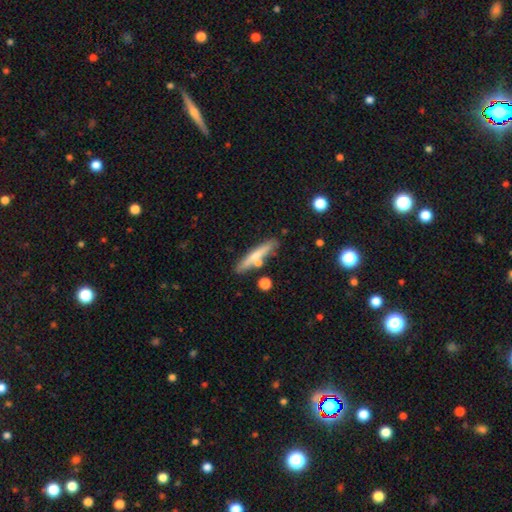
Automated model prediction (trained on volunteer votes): smooth-or-featured: smooth: 60% | featured or disk: 34% | star or artifact: 7%
  how-rounded: cigar-shaped: 89% | in between: 8% | round: 2%
  merging: none: 75% | minor disturbance: 12% | merger: 10% | major disturbance: 3%